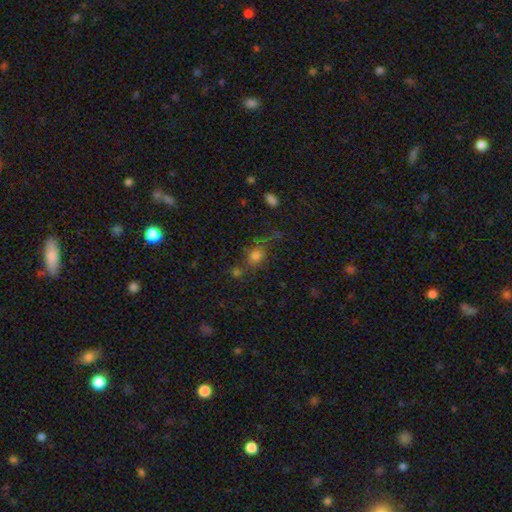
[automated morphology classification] This appears to be a smooth galaxy with no disk features (67%) that is round (62%). Merging: none (49%).